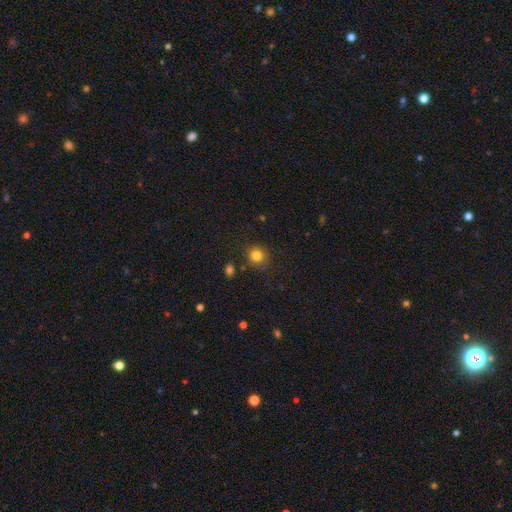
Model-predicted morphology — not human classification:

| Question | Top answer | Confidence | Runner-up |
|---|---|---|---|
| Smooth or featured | smooth | 82% | star or artifact (12%) |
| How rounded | round | 85% | in between (14%) |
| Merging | none | 81% | minor disturbance (12%) |